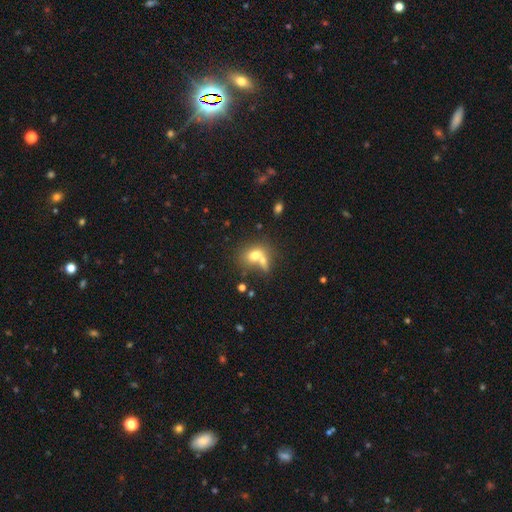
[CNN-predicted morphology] The model was most divided on "how rounded": in between: 57%, round: 41%, cigar-shaped: 2%. More confident: smooth or featured — smooth (71%); merging — merger (54%).